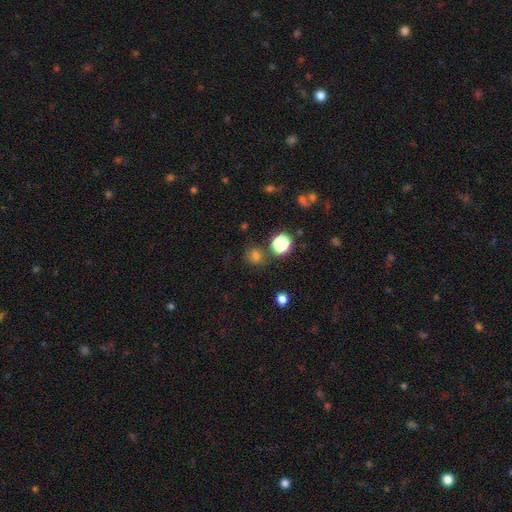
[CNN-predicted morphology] Smooth or featured?
  - smooth: 71% *
  - star or artifact: 22%
  - featured or disk: 7%
How rounded?
  - round: 86% *
  - in between: 13%
  - cigar-shaped: 1%
Merging?
  - none: 78% *
  - minor disturbance: 11%
  - merger: 7%
  - major disturbance: 4%